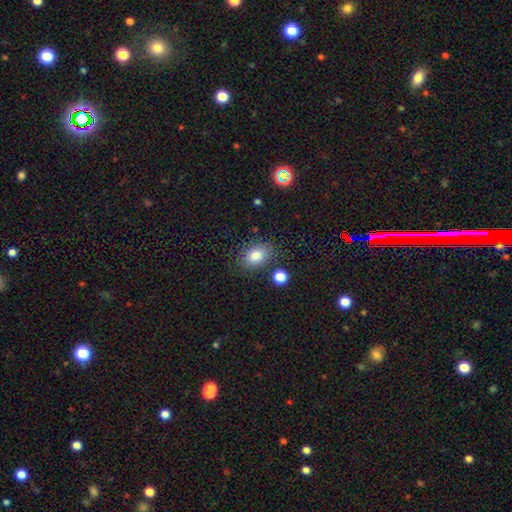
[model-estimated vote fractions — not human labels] smooth-or-featured: smooth: 82% | star or artifact: 9% | featured or disk: 9%
  how-rounded: in between: 82% | round: 17% | cigar-shaped: 1%
  merging: none: 78% | minor disturbance: 14% | merger: 5% | major disturbance: 4%